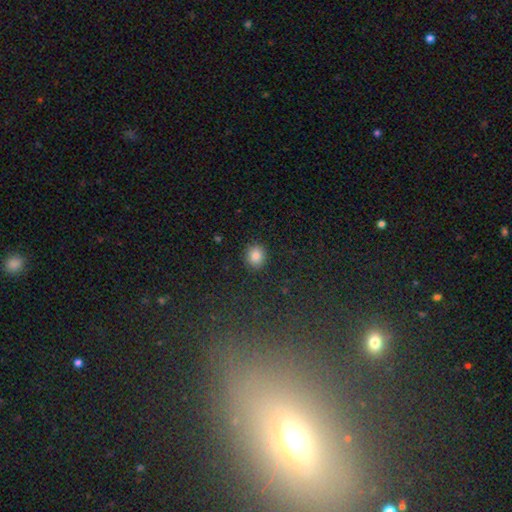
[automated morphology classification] smooth 85%, star or artifact 10%, featured or disk 5%. Down the decision tree: how rounded — round (81%); merging — none (89%).